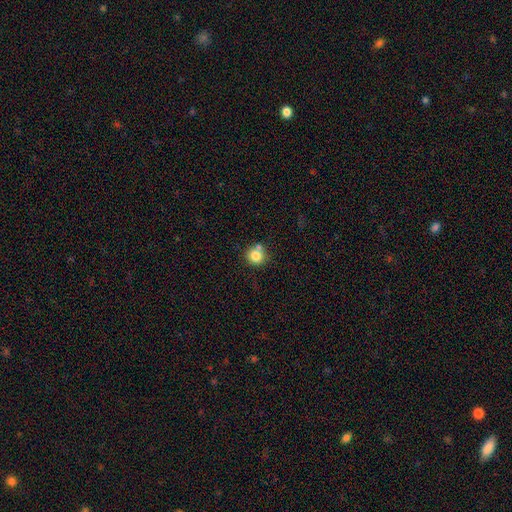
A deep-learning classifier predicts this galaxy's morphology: A smooth galaxy with no disk features (81%) that is round (90%). Merging: none (64%).